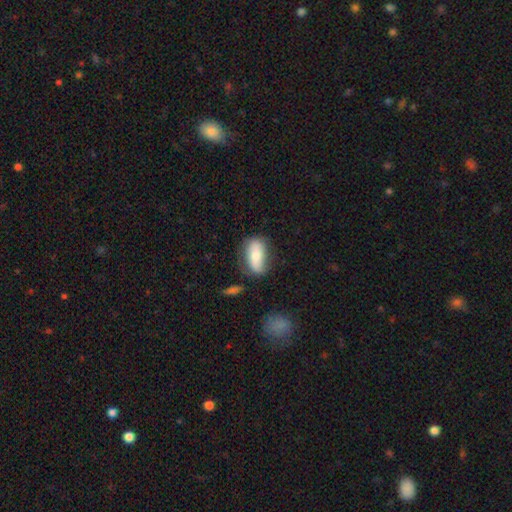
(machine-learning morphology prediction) This is likely a smooth galaxy (63%). How rounded: clearly in between (85%). Merging: likely none (60%).